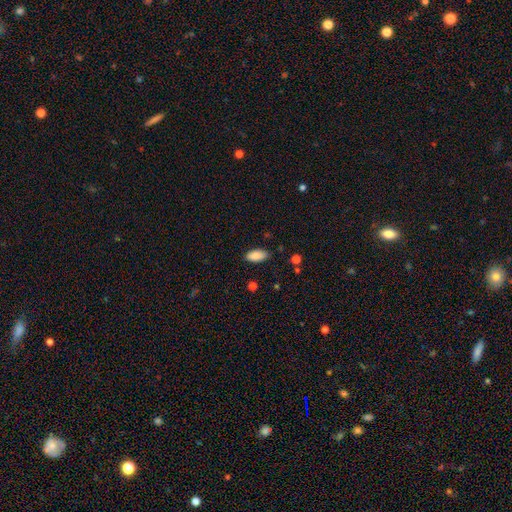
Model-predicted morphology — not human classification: A smooth galaxy with no disk features (87%) that is in between round and cigar-shaped (92%).

Vote fractions:
- Smooth or featured? smooth: 87% / star or artifact: 7% / featured or disk: 6%
- How rounded? in between: 92% / cigar-shaped: 6% / round: 2%
- Merging? none: 82% / minor disturbance: 14% / major disturbance: 2% / merger: 1%